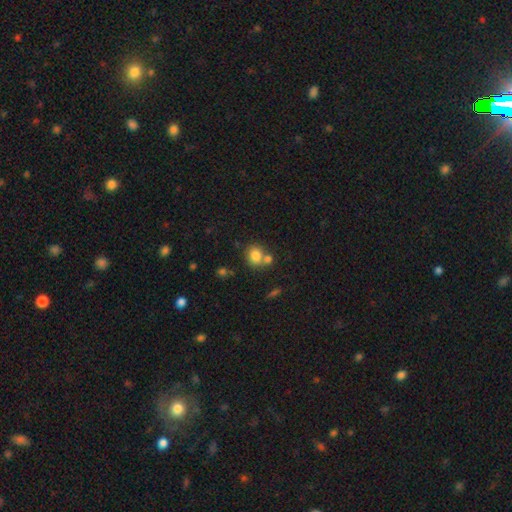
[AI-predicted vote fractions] A smooth galaxy with no disk features (81%) that is round (72%).

Vote fractions:
- Smooth or featured? smooth: 81% / star or artifact: 10% / featured or disk: 9%
- How rounded? round: 72% / in between: 27% / cigar-shaped: 1%
- Merging? none: 56% / merger: 30% / minor disturbance: 10% / major disturbance: 4%